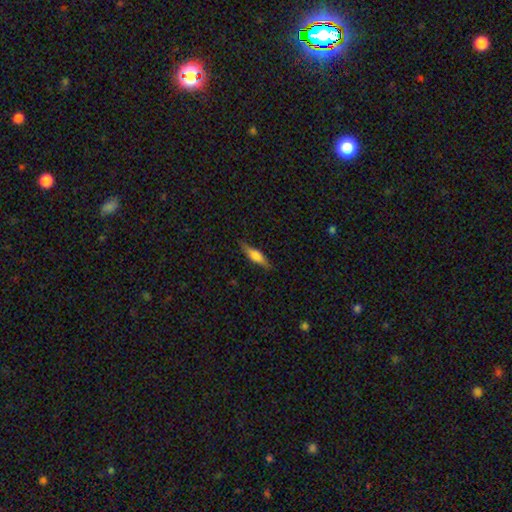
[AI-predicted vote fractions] Smooth or featured? smooth (63%)
How rounded? cigar-shaped (55%)
Merging? none (79%)